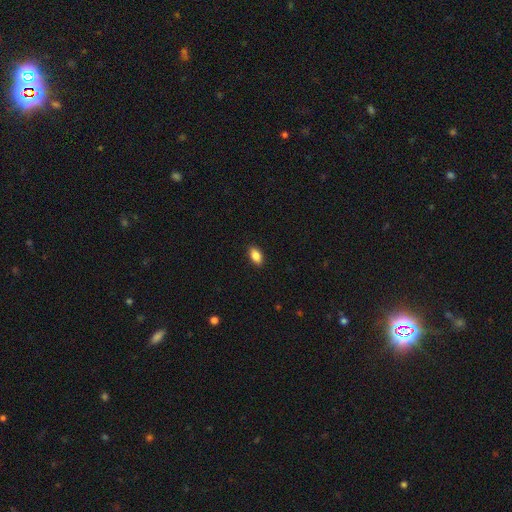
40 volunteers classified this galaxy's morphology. Smooth or featured: smooth — 88% (featured or disk — 8%)
How rounded: in between — 83% (round — 11%)
Merging: none — 84% (minor disturbance — 11%)